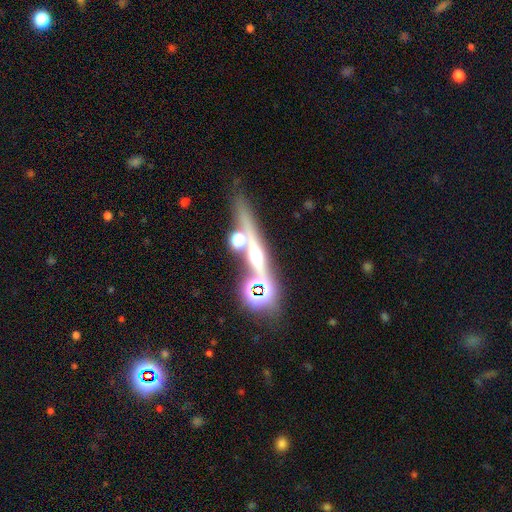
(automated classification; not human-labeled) Q: Smooth or featured?
A: featured or disk (58%); runner-up: star or artifact (23%)
Q: Edge-on disk?
A: yes (89%); runner-up: no (11%)
Q: Edge-on bulge?
A: rounded (93%); runner-up: boxy (4%)
Q: Merging?
A: none (75%); runner-up: merger (12%)